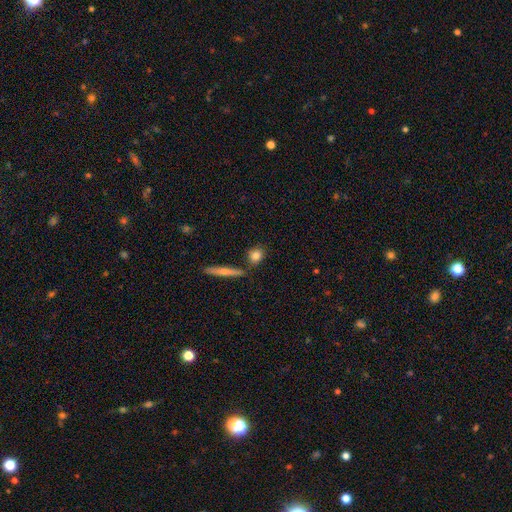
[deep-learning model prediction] smooth 78%, featured or disk 14%, star or artifact 8%. Down the decision tree: how rounded — round (61%); merging — none (78%).